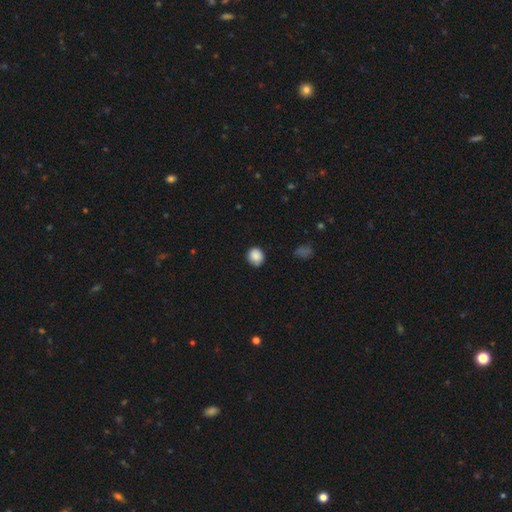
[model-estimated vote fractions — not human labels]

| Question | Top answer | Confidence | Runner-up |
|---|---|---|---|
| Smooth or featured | smooth | 87% | star or artifact (8%) |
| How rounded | round | 81% | in between (18%) |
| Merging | none | 80% | minor disturbance (16%) |